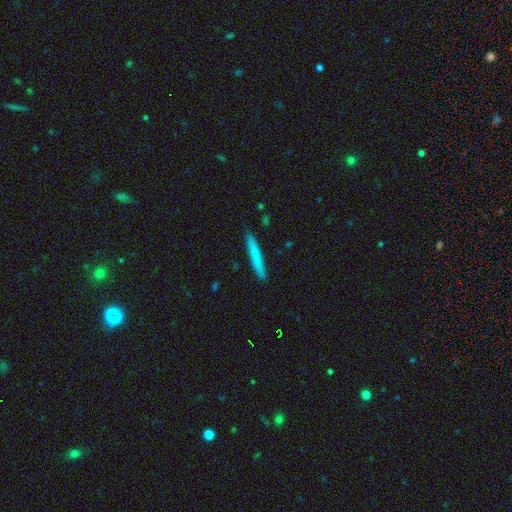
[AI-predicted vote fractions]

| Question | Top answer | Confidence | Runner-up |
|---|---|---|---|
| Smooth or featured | smooth | 71% | featured or disk (23%) |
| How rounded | cigar-shaped | 96% | in between (3%) |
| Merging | none | 90% | minor disturbance (7%) |